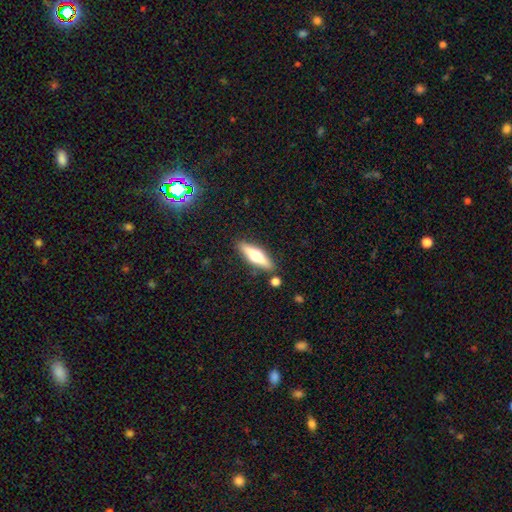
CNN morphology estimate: type=featured or disk (49%); merging=none (85%).